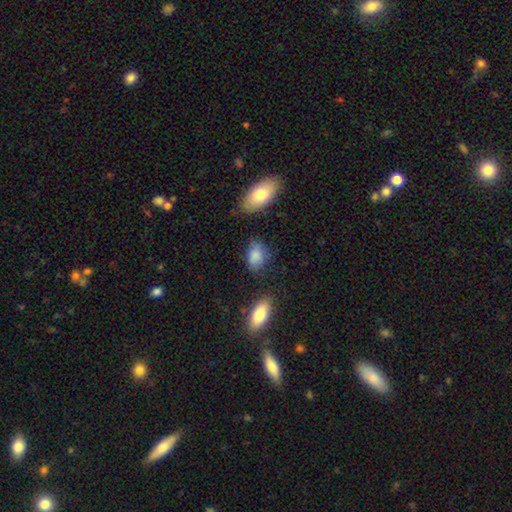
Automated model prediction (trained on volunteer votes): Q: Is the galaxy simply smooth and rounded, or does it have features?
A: smooth — 84%.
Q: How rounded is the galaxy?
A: in between — 85%.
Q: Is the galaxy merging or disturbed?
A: none — 58%.